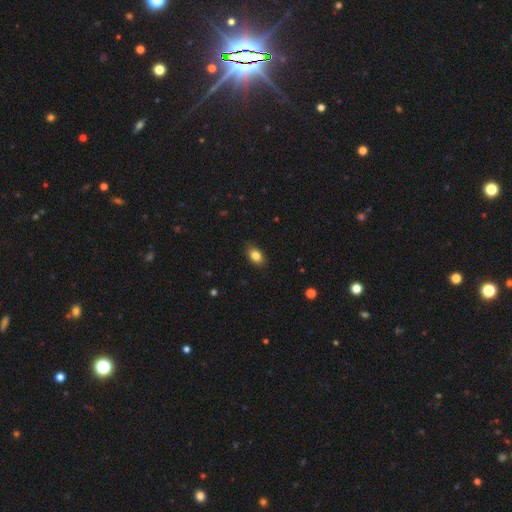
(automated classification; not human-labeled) Smooth or featured: smooth — 85% (star or artifact — 9%)
How rounded: in between — 83% (round — 15%)
Merging: none — 84% (minor disturbance — 12%)